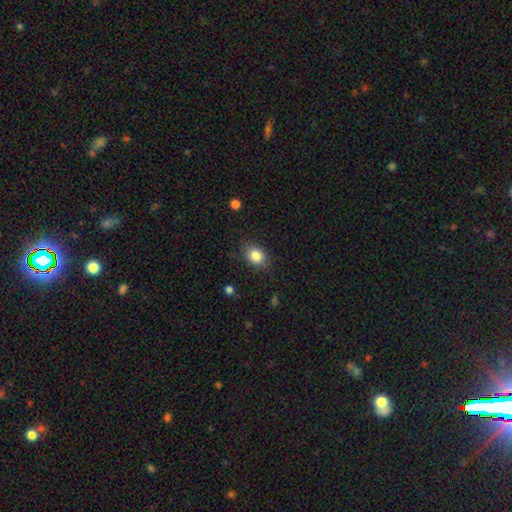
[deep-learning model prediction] Smooth or featured: smooth — 84% (star or artifact — 9%)
How rounded: in between — 62% (round — 37%)
Merging: none — 83% (minor disturbance — 12%)